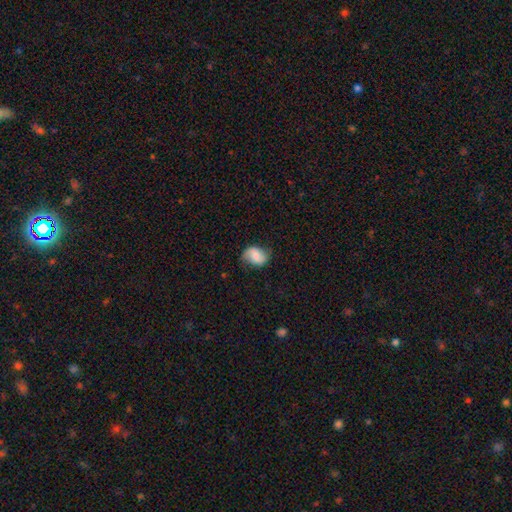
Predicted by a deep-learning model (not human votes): Overall: smooth (53%; featured or disk 39%). How rounded: in between (63%; round 36%). Merging: none (72%).